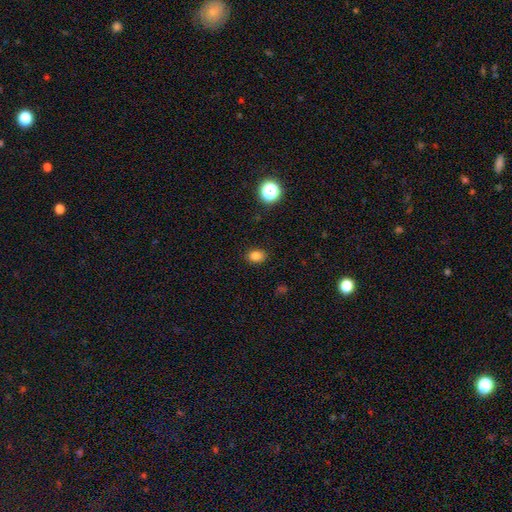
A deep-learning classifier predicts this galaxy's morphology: type=smooth (82%); roundness=in between (64%); merging=none (88%).